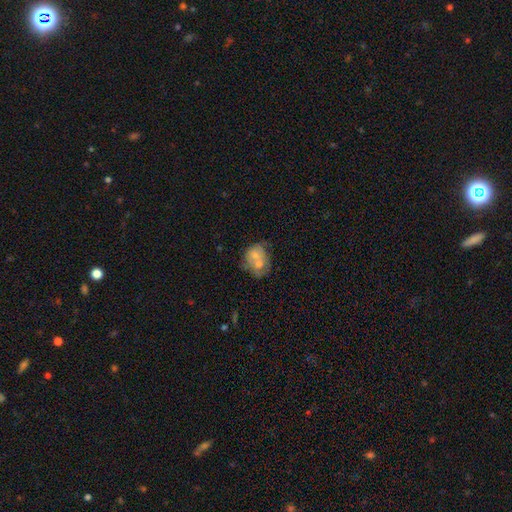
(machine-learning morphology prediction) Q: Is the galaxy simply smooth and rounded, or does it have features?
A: smooth — 56%.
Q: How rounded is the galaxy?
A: in between — 51%.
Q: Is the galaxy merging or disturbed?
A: merger — 55%.